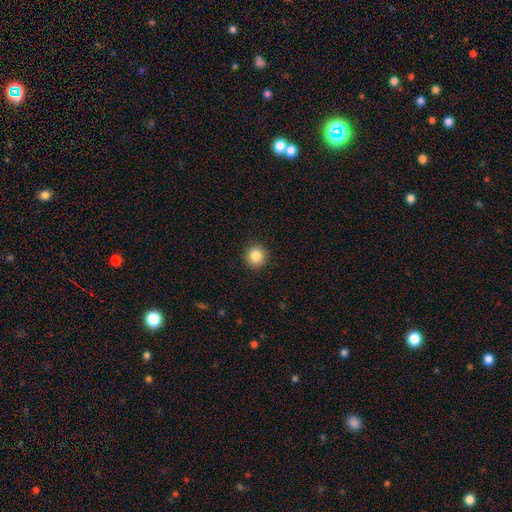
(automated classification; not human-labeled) smooth 85%, star or artifact 10%, featured or disk 4%. Down the decision tree: how rounded — round (93%); merging — none (92%).